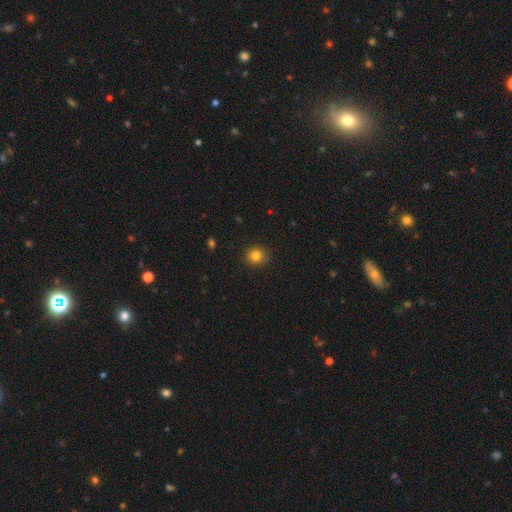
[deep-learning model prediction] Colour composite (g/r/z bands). It shows a smooth galaxy with no disk features (83%) that is round (90%). Merging: none (90%).